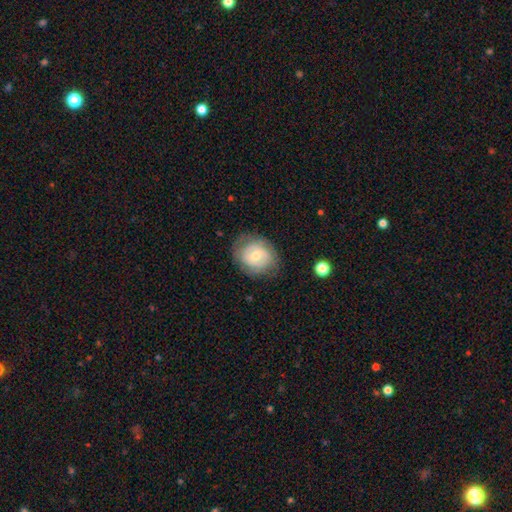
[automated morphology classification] This is possibly a featured or disk galaxy (51%). It is clearly not viewed edge-on (97%). Merging: likely none (74%).